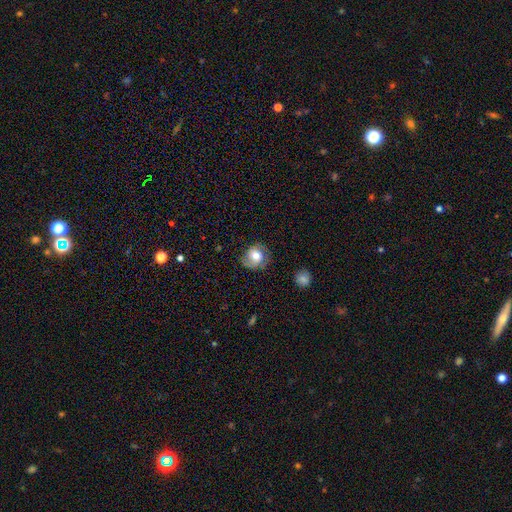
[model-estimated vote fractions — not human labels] Morphology: type=smooth (56%); roundness=round (78%); merging=none (67%).